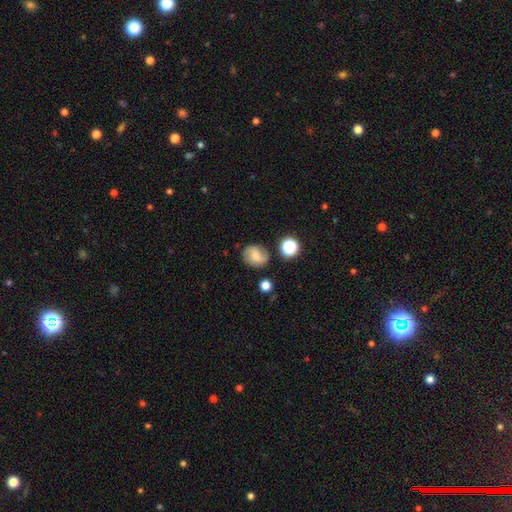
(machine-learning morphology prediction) Smooth or featured?
  - smooth: 54% *
  - featured or disk: 34%
  - star or artifact: 12%
How rounded?
  - round: 74% *
  - in between: 25%
  - cigar-shaped: 1%
Merging?
  - none: 77% *
  - minor disturbance: 14%
  - merger: 4%
  - major disturbance: 4%